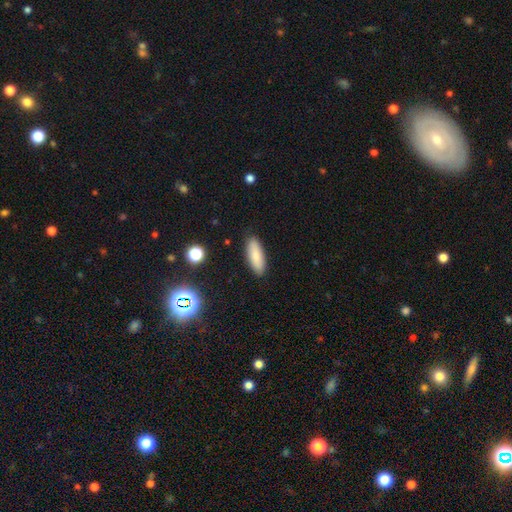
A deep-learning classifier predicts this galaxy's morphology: Overall: smooth (84%). How rounded: in between (64%; cigar-shaped 34%). Merging: none (88%).